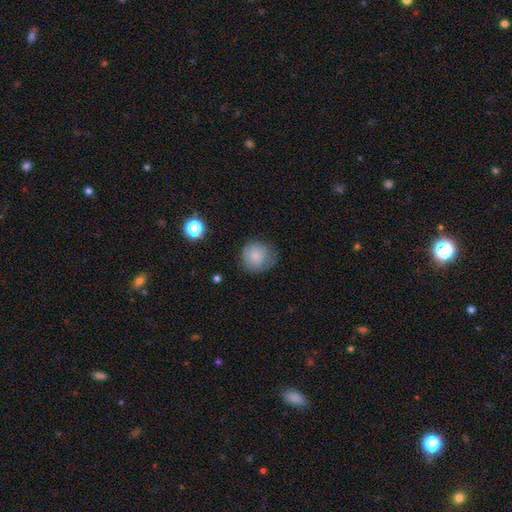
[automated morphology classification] A smooth galaxy with no disk features (82%) that is round (90%).

Vote fractions:
- Smooth or featured? smooth: 82% / featured or disk: 9% / star or artifact: 9%
- How rounded? round: 90% / in between: 10% / cigar-shaped: 1%
- Merging? none: 68% / minor disturbance: 24% / major disturbance: 7% / merger: 2%